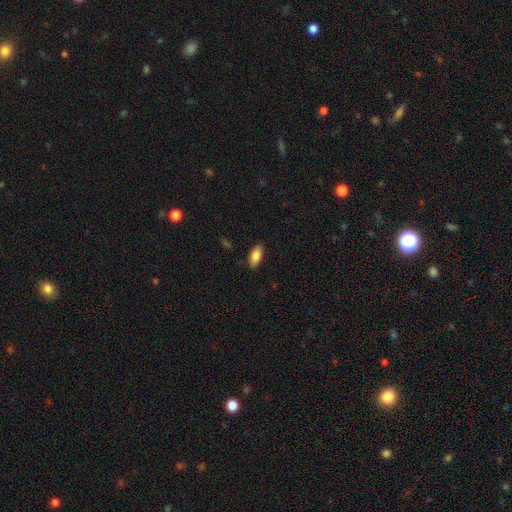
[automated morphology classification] Overall: smooth (84%). How rounded: in between (85%). Merging: none (86%).